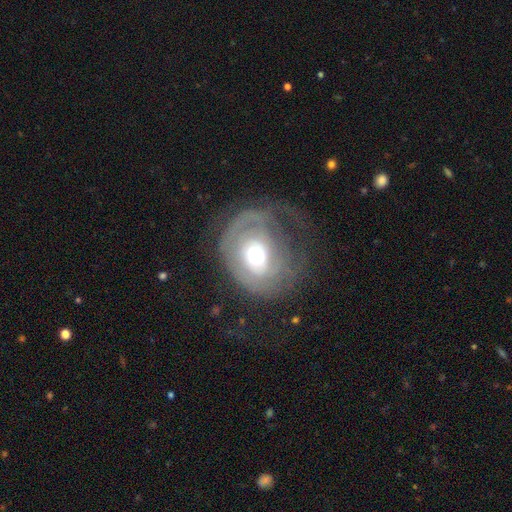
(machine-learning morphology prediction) Smooth or featured? featured or disk (60%)
Edge-on disk? no (96%)
Bar? no (79%)
Spiral arms? yes (57%)
Bulge size? moderate (59%)
Merging? major disturbance (39%)